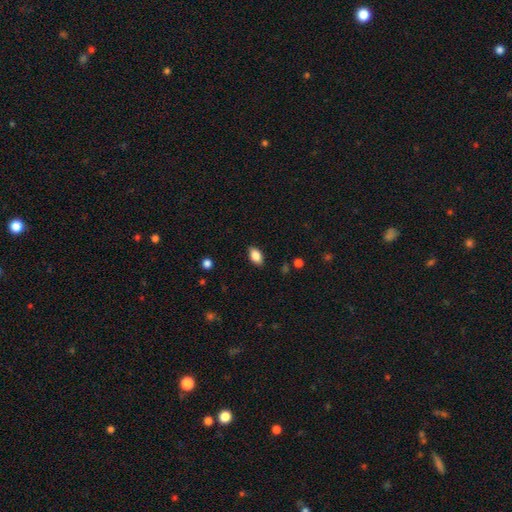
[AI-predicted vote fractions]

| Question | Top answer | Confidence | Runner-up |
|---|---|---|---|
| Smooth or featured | smooth | 86% | star or artifact (8%) |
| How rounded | in between | 90% | round (7%) |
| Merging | none | 86% | minor disturbance (10%) |